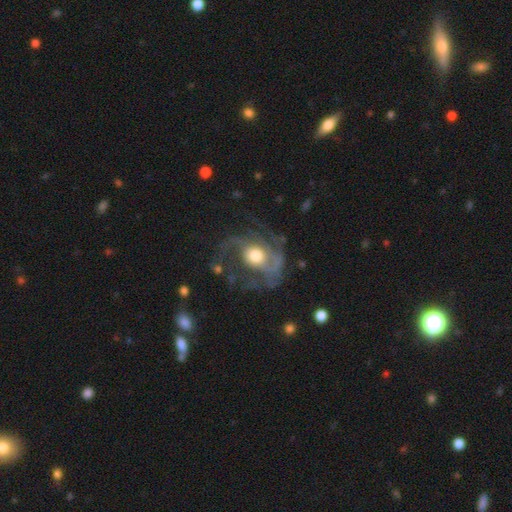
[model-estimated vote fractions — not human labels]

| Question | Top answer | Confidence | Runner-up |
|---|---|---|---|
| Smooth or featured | featured or disk | 81% | smooth (13%) |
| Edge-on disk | no | 97% | yes (3%) |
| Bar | no | 78% | weak (18%) |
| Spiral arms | yes | 88% | no (12%) |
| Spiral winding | medium | 46% | loose (28%) |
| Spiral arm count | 2 | 27% | 3 (26%) |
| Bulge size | moderate | 54% | large (35%) |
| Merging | none | 49% | major disturbance (30%) |